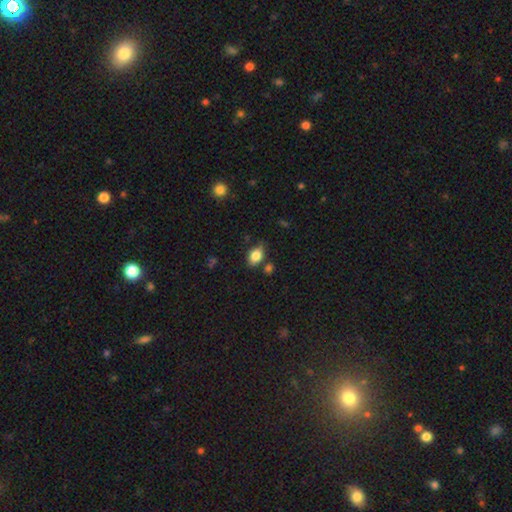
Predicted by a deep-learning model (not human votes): Overall: smooth (84%). How rounded: in between (81%). Merging: none (75%).